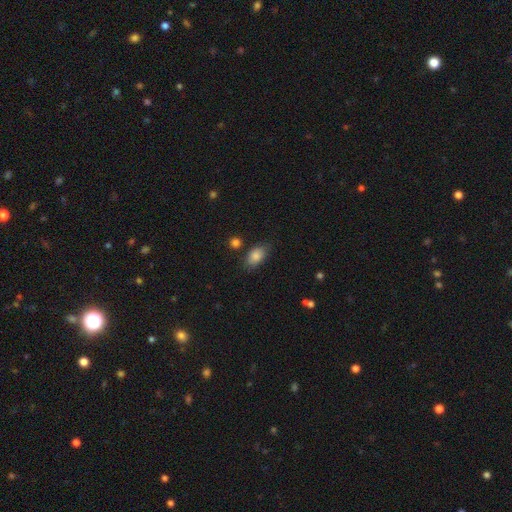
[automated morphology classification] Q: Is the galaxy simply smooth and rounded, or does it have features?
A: smooth — 85%.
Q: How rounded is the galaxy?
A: in between — 88%.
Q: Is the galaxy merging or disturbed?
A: none — 76%.